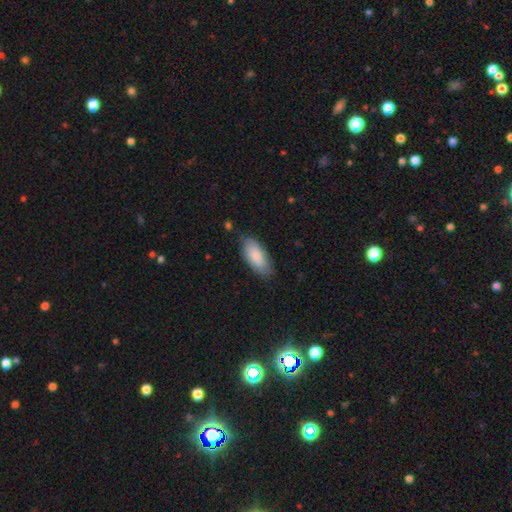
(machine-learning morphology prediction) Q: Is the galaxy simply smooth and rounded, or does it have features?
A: smooth — 87%.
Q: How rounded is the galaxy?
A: in between — 85%.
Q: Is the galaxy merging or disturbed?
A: none — 78%.